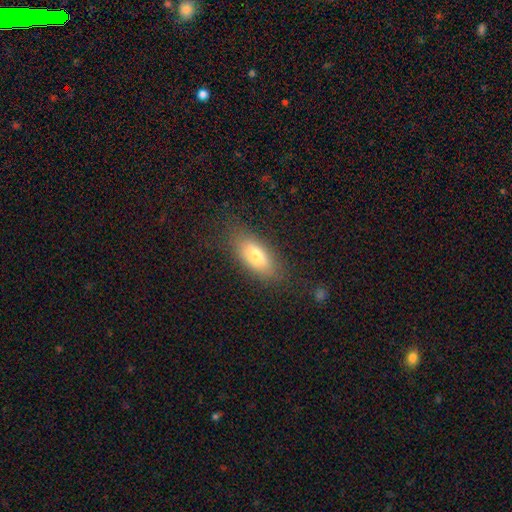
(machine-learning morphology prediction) Smooth or featured? Predicted: smooth (p=0.75). How rounded? Predicted: in between (p=0.78). Merging? Predicted: none (p=0.79).